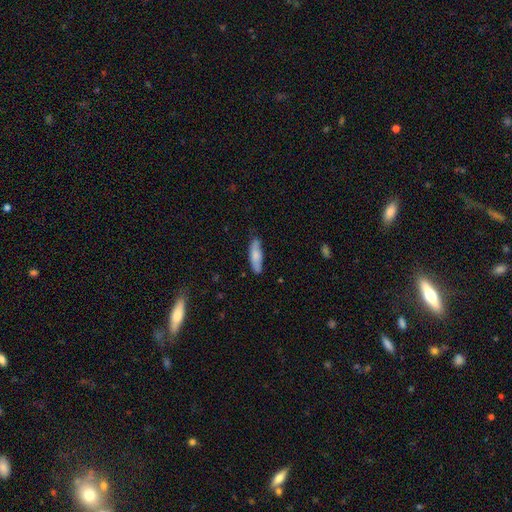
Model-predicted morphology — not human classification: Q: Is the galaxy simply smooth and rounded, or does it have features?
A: smooth — 74%.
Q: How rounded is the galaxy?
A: cigar-shaped — 54%.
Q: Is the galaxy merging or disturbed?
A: none — 78%.